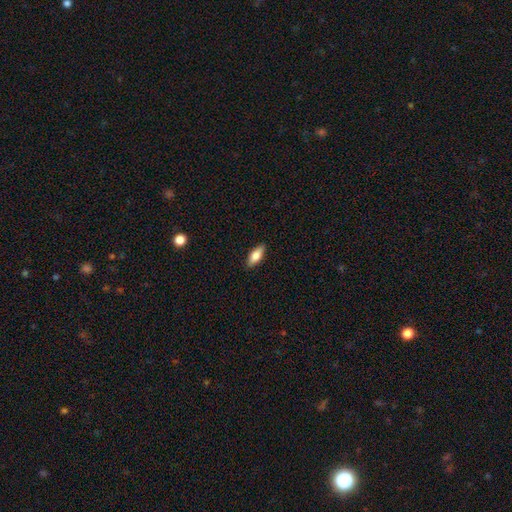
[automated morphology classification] The model was most divided on "how rounded": in between: 76%, cigar-shaped: 21%, round: 2%. More confident: merging — none (88%); smooth or featured — smooth (76%).